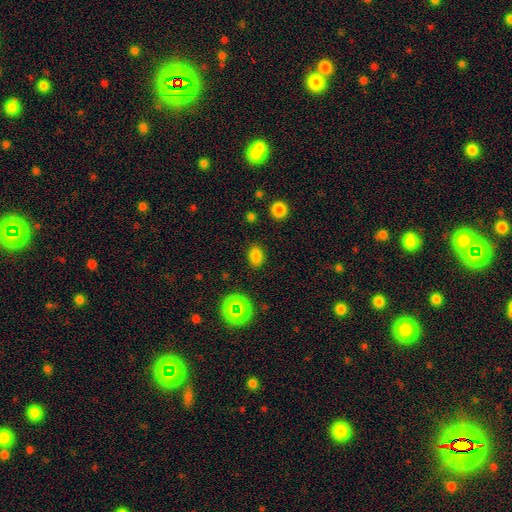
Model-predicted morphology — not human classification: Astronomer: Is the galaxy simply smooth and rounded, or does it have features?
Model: smooth — 79%.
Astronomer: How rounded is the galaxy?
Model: in between — 75%.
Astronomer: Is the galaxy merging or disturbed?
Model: none — 86%.